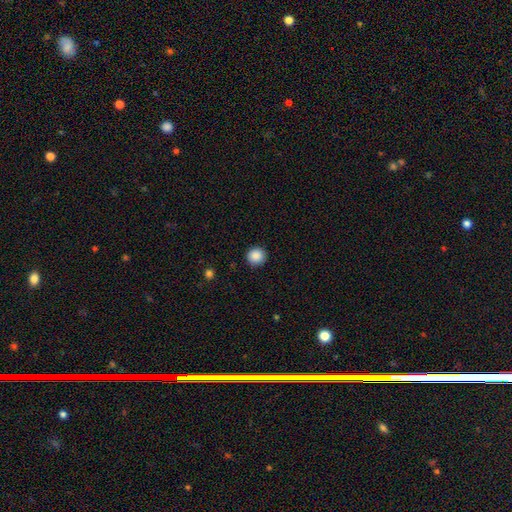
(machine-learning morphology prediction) The model was most divided on "smooth or featured": smooth: 88%, star or artifact: 9%, featured or disk: 3%. More confident: how rounded — round (94%); merging — none (92%).